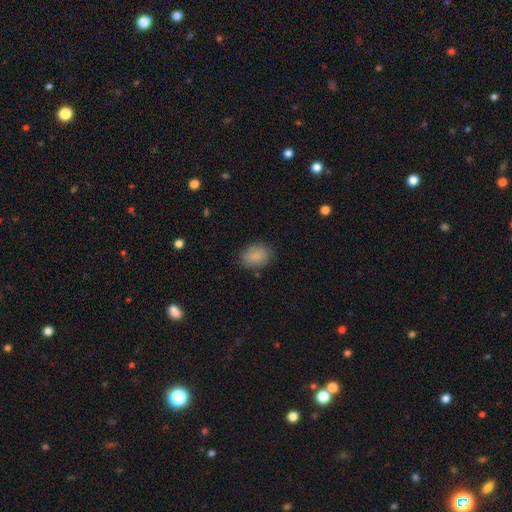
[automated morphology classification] Overall: smooth (87%). How rounded: in between (65%; round 34%). Merging: none (82%).